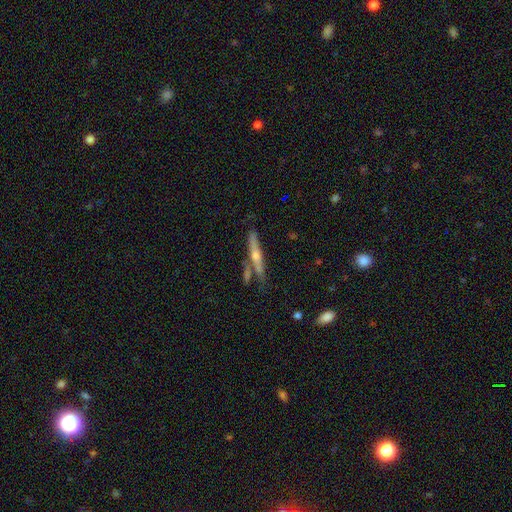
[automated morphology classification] Smooth or featured? Predicted: featured or disk (p=0.71). Edge-on disk? Predicted: yes (p=0.95). Edge-on bulge? Predicted: rounded (p=0.85). Merging? Predicted: none (p=0.71).